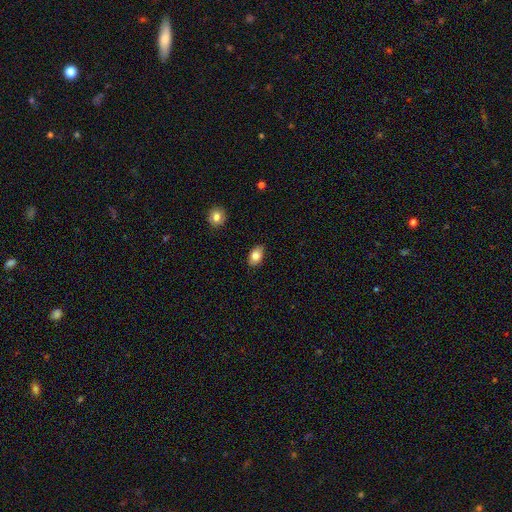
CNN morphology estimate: smooth-or-featured: smooth: 83% | featured or disk: 9% | star or artifact: 8%
  how-rounded: in between: 89% | round: 10% | cigar-shaped: 2%
  merging: none: 85% | minor disturbance: 11% | major disturbance: 2% | merger: 1%